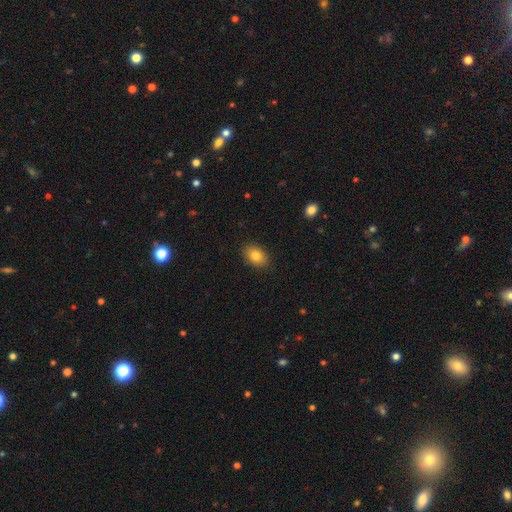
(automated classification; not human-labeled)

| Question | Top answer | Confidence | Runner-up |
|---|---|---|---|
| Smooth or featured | smooth | 83% | star or artifact (8%) |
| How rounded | in between | 82% | round (17%) |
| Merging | none | 87% | minor disturbance (10%) |